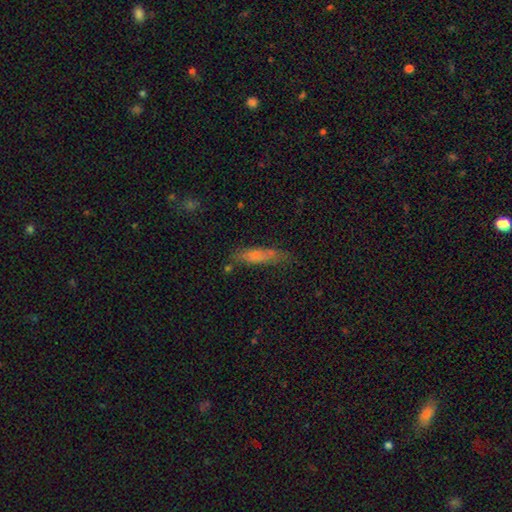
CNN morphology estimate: Smooth or featured? Predicted: smooth (p=0.72). How rounded? Predicted: cigar-shaped (p=0.69). Merging? Predicted: none (p=0.58).